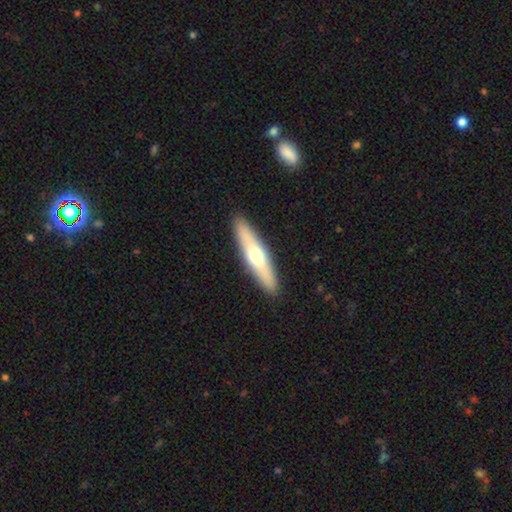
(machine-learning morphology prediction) Overall: smooth (52%; featured or disk 43%). How rounded: cigar-shaped (82%). Merging: none (91%).